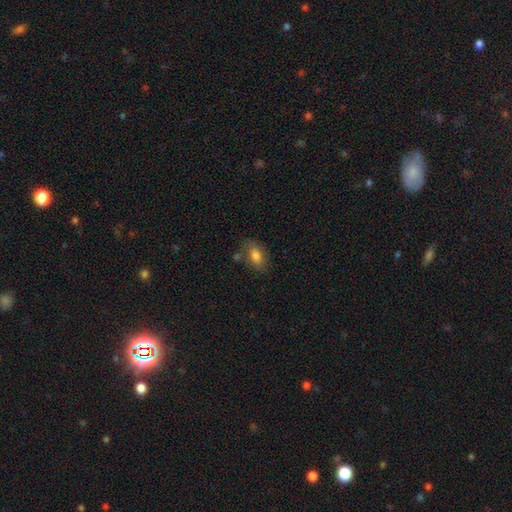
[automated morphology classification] smooth_or_featured: smooth (p=0.80) [alt: featured or disk p=0.12]
how_rounded: in between (p=0.87) [alt: round p=0.08]
merging: none (p=0.71) [alt: minor disturbance p=0.17]